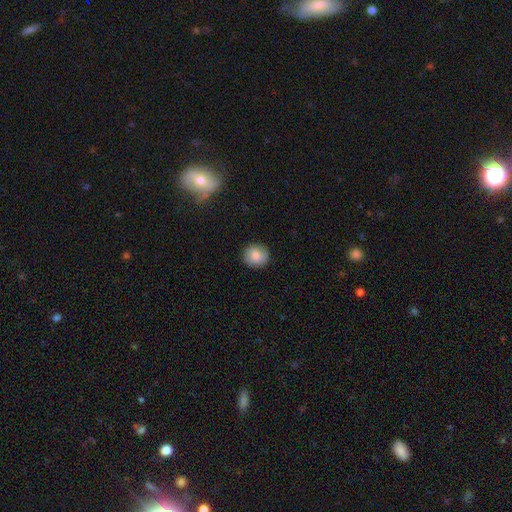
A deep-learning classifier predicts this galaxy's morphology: A smooth galaxy with no disk features (79%) that is round (87%).

Vote fractions:
- Smooth or featured? smooth: 79% / featured or disk: 13% / star or artifact: 8%
- How rounded? round: 87% / in between: 12% / cigar-shaped: 1%
- Merging? none: 88% / minor disturbance: 9% / major disturbance: 2% / merger: 1%